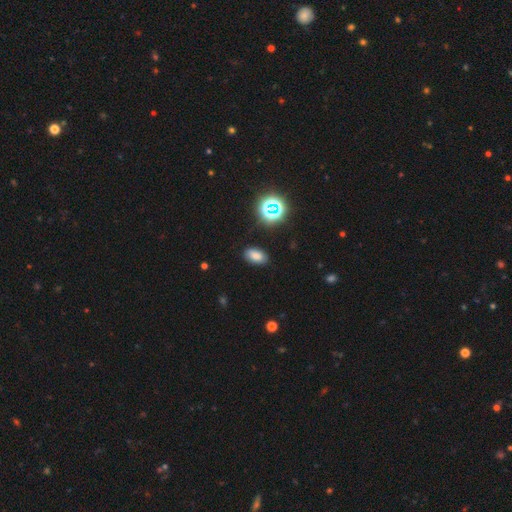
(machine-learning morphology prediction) smooth 76%, star or artifact 17%, featured or disk 7%. Down the decision tree: how rounded — in between (90%); merging — none (86%).